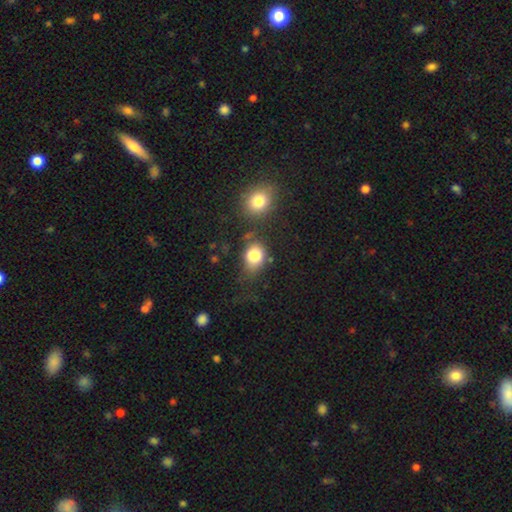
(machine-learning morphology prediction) A smooth galaxy with no disk features (81%) that is in between round and cigar-shaped (63%). Merging: none (49%).